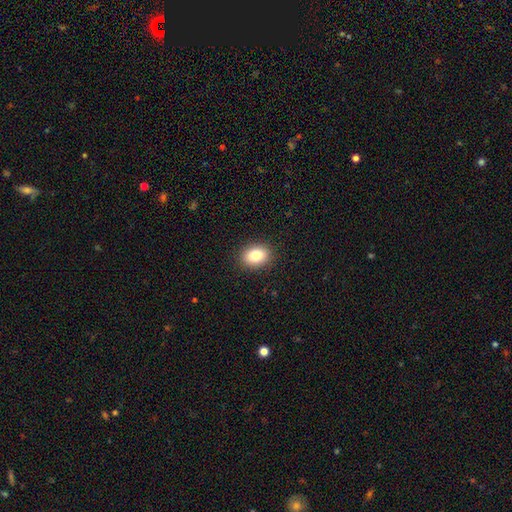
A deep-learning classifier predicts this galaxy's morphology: A smooth galaxy with no disk features (83%) that is in between round and cigar-shaped (67%). Merging: none (89%).